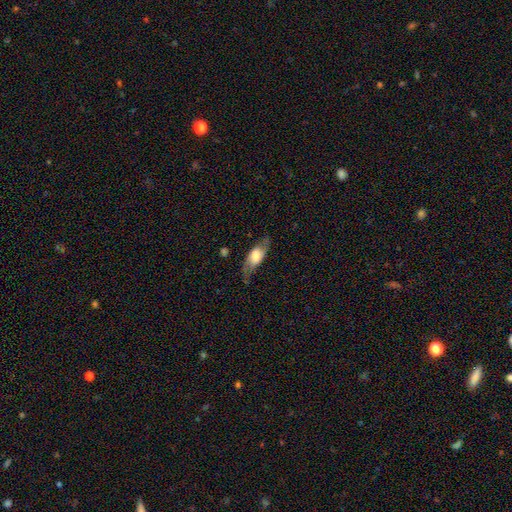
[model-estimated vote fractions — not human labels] Smooth or featured: featured or disk — 53% (smooth — 40%)
Edge-on disk: no — 72% (yes — 28%)
Merging: none — 69% (minor disturbance — 20%)